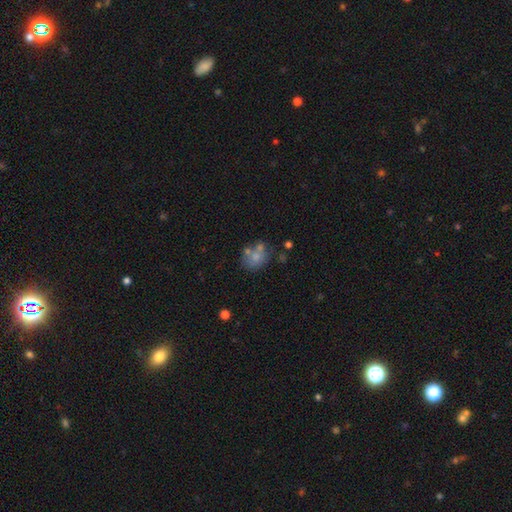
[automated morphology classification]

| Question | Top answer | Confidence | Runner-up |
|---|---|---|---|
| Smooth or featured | smooth | 66% | featured or disk (23%) |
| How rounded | round | 59% | in between (40%) |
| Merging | none | 47% | merger (26%) |